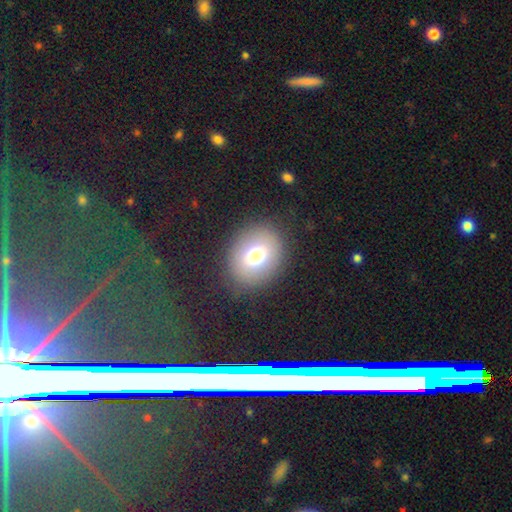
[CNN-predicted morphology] Smooth or featured?
  - smooth: 70% *
  - featured or disk: 16%
  - star or artifact: 14%
How rounded?
  - in between: 50% *
  - round: 49%
  - cigar-shaped: 1%
Merging?
  - none: 81% *
  - minor disturbance: 11%
  - major disturbance: 7%
  - merger: 1%